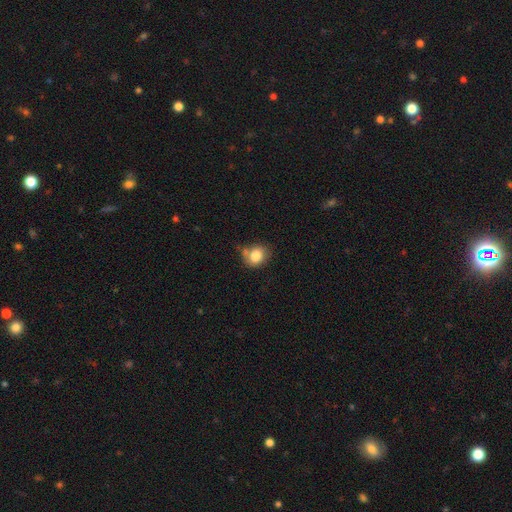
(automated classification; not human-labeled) This is clearly a smooth galaxy (82%). How rounded: likely round (60%). Merging: possibly none (58%).